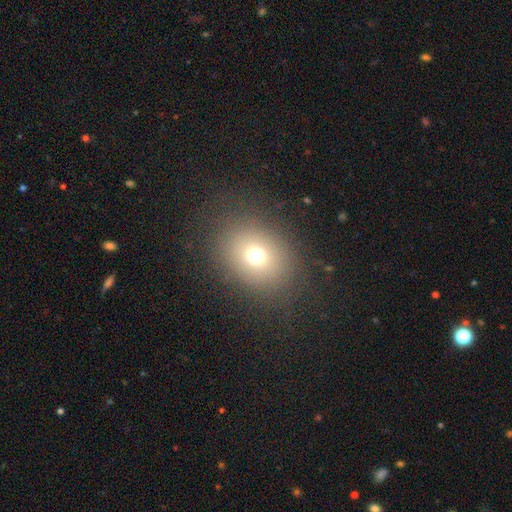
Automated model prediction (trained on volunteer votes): Morphology: type=smooth (69%); roundness=round (55%); merging=none (82%).